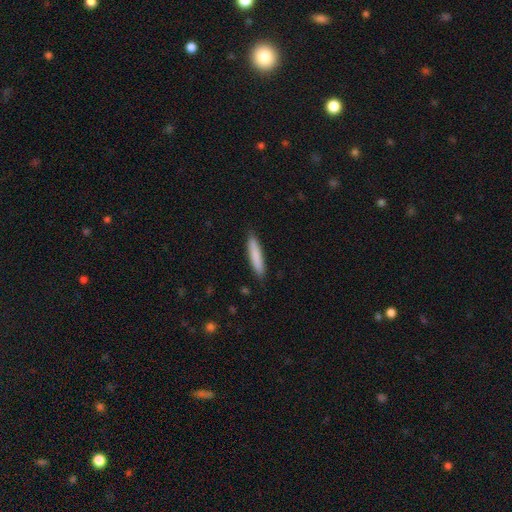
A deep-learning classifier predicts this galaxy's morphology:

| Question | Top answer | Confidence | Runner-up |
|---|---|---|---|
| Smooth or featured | smooth | 83% | featured or disk (12%) |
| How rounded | cigar-shaped | 89% | in between (10%) |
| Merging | none | 88% | minor disturbance (9%) |